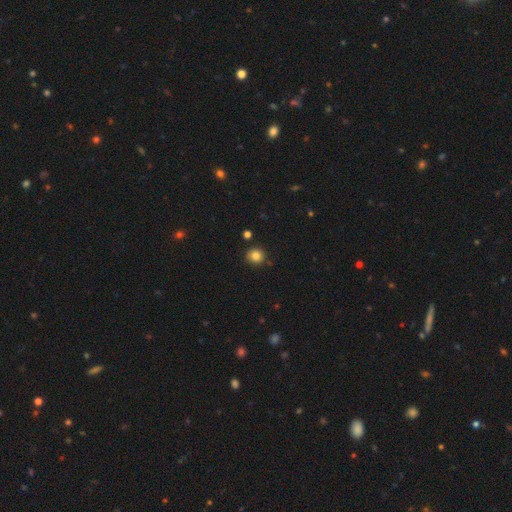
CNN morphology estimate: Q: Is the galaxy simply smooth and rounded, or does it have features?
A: smooth — 83%.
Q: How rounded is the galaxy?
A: round — 90%.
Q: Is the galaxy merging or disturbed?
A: none — 86%.